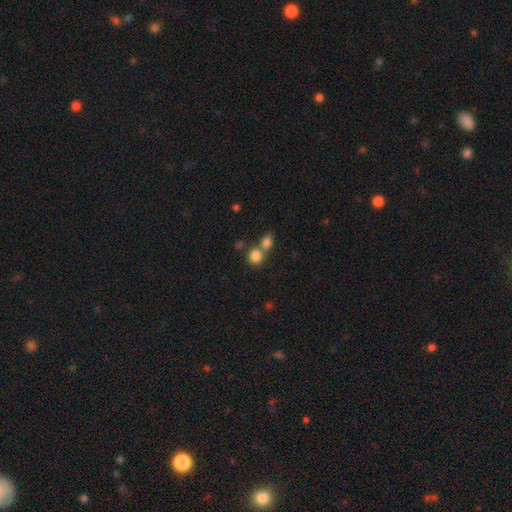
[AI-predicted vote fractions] A smooth galaxy with no disk features (83%) that is round (80%).

Vote fractions:
- Smooth or featured? smooth: 83% / star or artifact: 10% / featured or disk: 7%
- How rounded? round: 80% / in between: 18% / cigar-shaped: 1%
- Merging? merger: 45% (tied) / none: 45% (tied) / minor disturbance: 7% / major disturbance: 3%